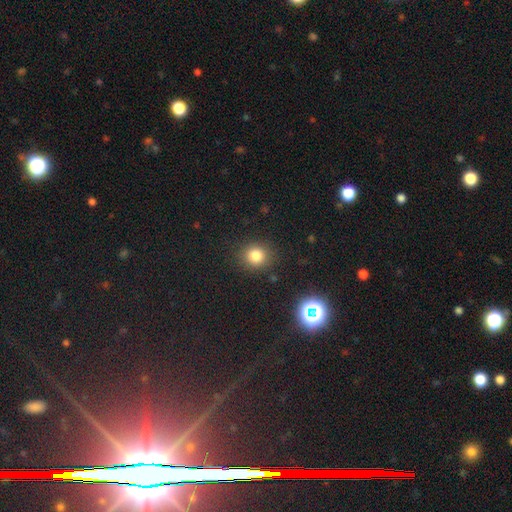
Volunteers were most divided on "merging": none: 82%, minor disturbance: 9%, major disturbance: 6%, merger: 3%. More confident: how rounded — round (94%); smooth or featured — smooth (86%).